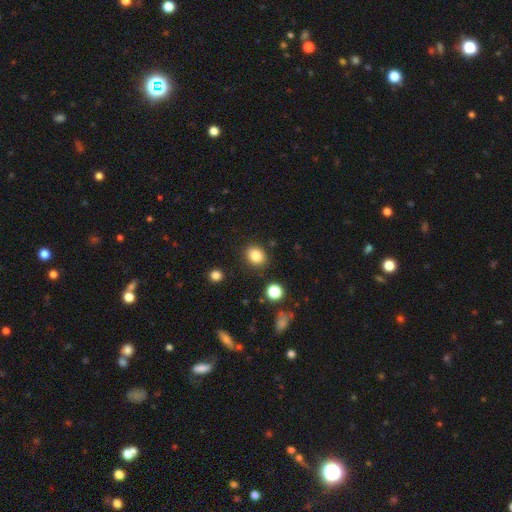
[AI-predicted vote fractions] smooth_or_featured: smooth (p=0.84) [alt: star or artifact p=0.11]
how_rounded: round (p=0.61) [alt: in between p=0.38]
merging: none (p=0.86) [alt: minor disturbance p=0.09]